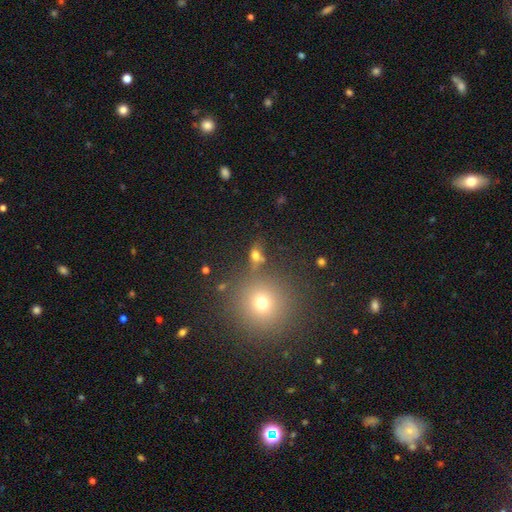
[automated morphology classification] Q: Smooth or featured?
A: smooth (63%); runner-up: star or artifact (20%)
Q: How rounded?
A: in between (58%); runner-up: round (33%)
Q: Merging?
A: none (63%); runner-up: merger (16%)